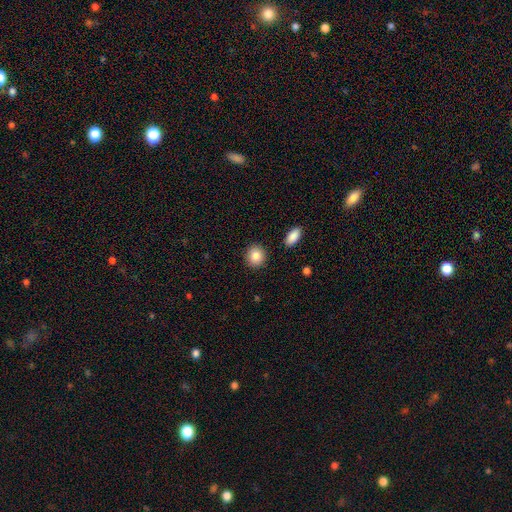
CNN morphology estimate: Q: Smooth or featured?
A: smooth (84%); runner-up: star or artifact (9%)
Q: How rounded?
A: round (86%); runner-up: in between (12%)
Q: Merging?
A: none (90%); runner-up: minor disturbance (6%)